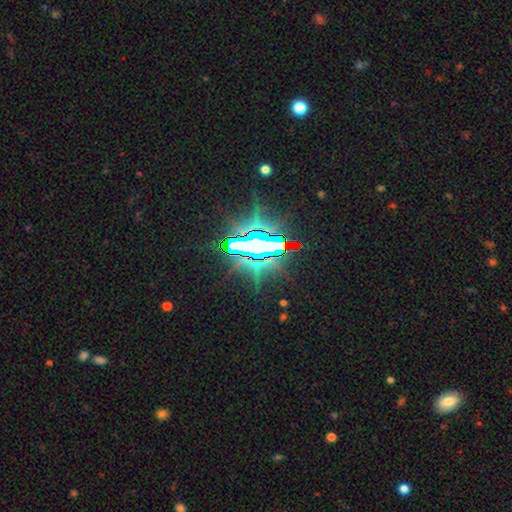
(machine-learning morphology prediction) Smooth or featured? star or artifact (79%)